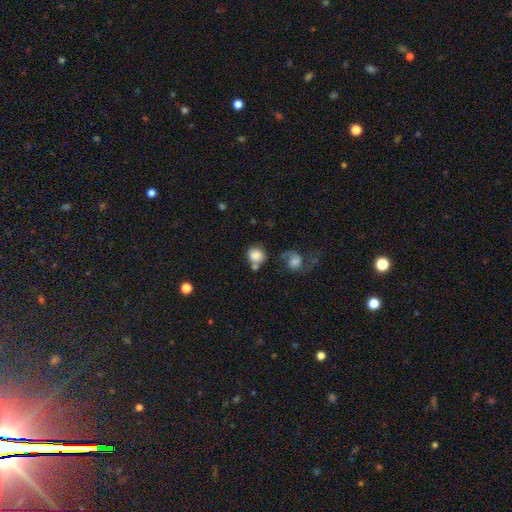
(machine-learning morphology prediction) type=smooth (82%); roundness=round (82%); merging=none (50%).